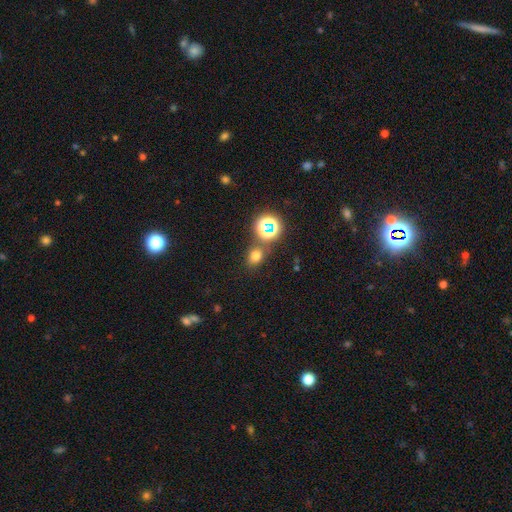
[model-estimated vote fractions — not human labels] smooth-or-featured: smooth: 67% | star or artifact: 26% | featured or disk: 7%
  how-rounded: round: 63% | in between: 36% | cigar-shaped: 1%
  merging: none: 75% | merger: 11% | minor disturbance: 10% | major disturbance: 4%